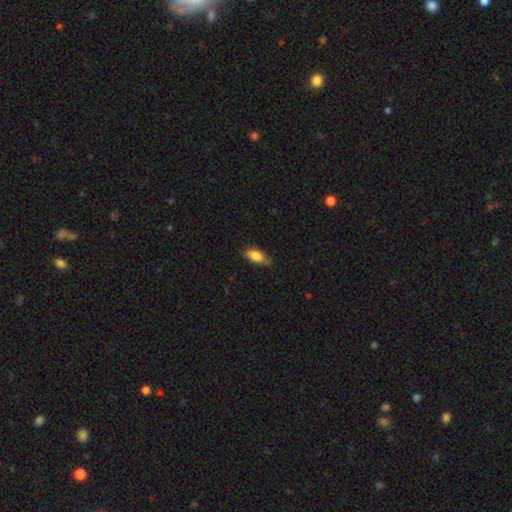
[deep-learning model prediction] smooth_or_featured: smooth (p=0.84) [alt: featured or disk p=0.10]
how_rounded: in between (p=0.85) [alt: cigar-shaped p=0.12]
merging: none (p=0.69) [alt: minor disturbance p=0.25]